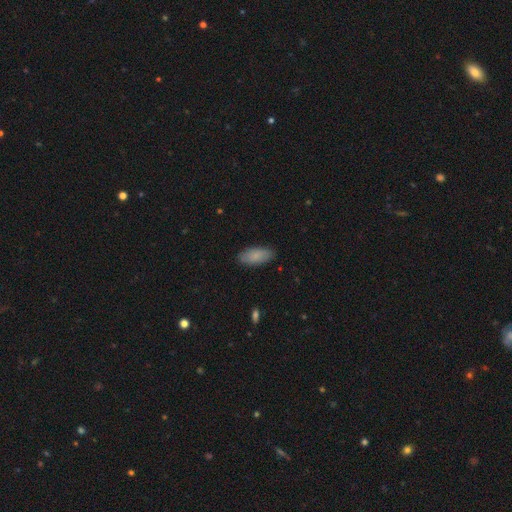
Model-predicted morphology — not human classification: smooth 85%, featured or disk 9%, star or artifact 6%. Down the decision tree: how rounded — in between (87%); merging — none (85%).